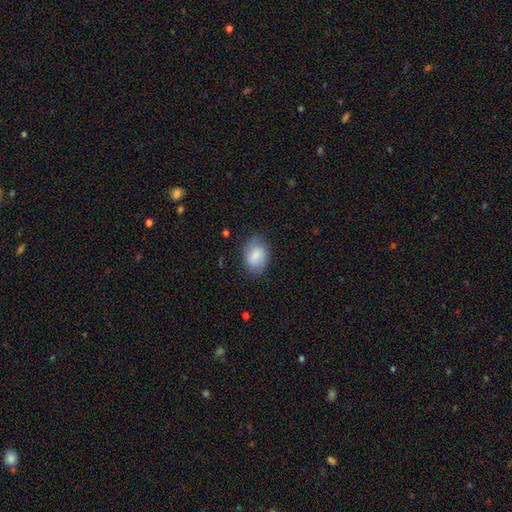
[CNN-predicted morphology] smooth-or-featured: smooth: 67% | featured or disk: 26% | star or artifact: 7%
  how-rounded: in between: 77% | round: 21% | cigar-shaped: 1%
  merging: none: 71% | minor disturbance: 21% | major disturbance: 6% | merger: 1%